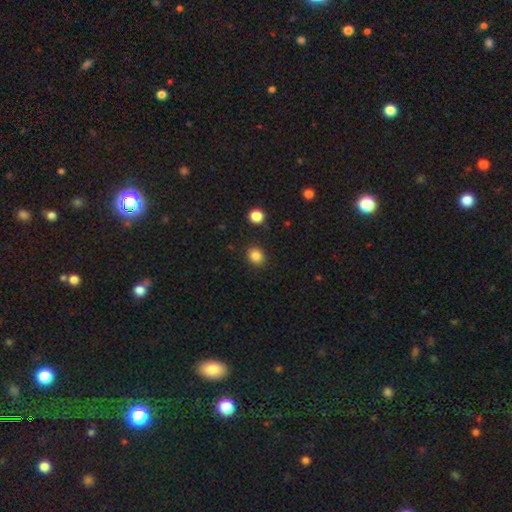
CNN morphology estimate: Q: Smooth or featured?
A: smooth (85%); runner-up: star or artifact (11%)
Q: How rounded?
A: round (73%); runner-up: in between (26%)
Q: Merging?
A: none (88%); runner-up: minor disturbance (7%)